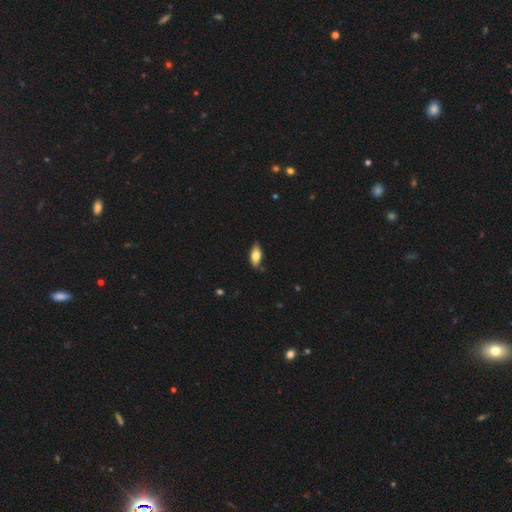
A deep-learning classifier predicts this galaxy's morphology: The model was most divided on "smooth or featured": smooth: 72%, featured or disk: 22%, star or artifact: 6%. More confident: how rounded — in between (83%); merging — none (76%).